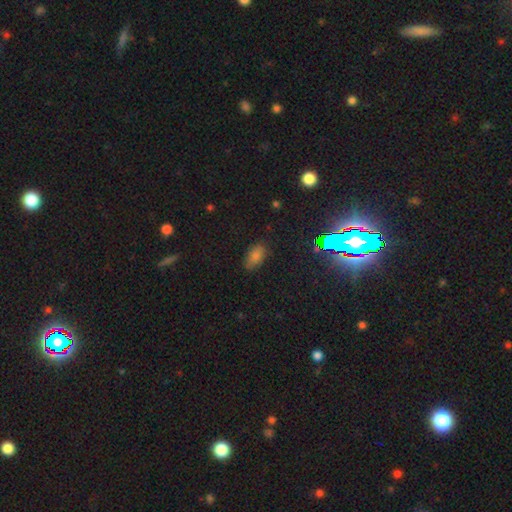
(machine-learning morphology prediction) Overall: smooth (68%). How rounded: in between (90%). Merging: none (82%).